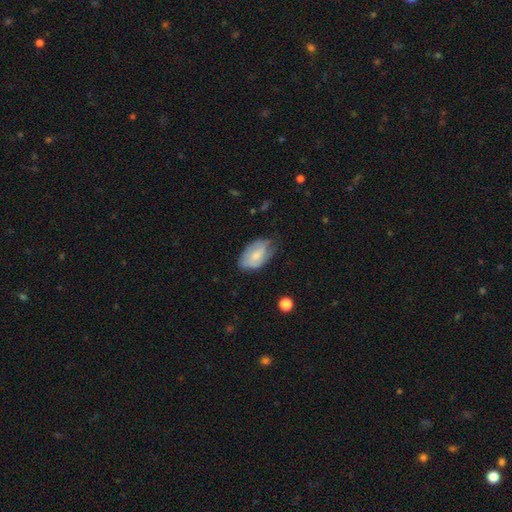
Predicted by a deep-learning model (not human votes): This appears to be a smooth galaxy with no disk features (57%) that is in between round and cigar-shaped (92%). Merging: none (57%).